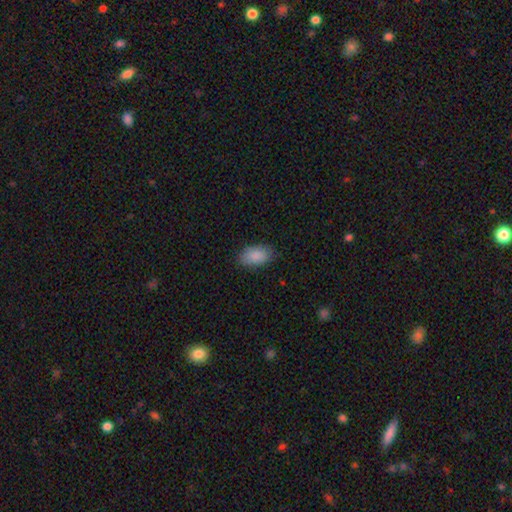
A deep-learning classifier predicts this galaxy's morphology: smooth-or-featured: smooth: 89% | star or artifact: 6% | featured or disk: 5%
  how-rounded: in between: 94% | round: 5% | cigar-shaped: 2%
  merging: none: 83% | minor disturbance: 13% | major disturbance: 3% | merger: 1%